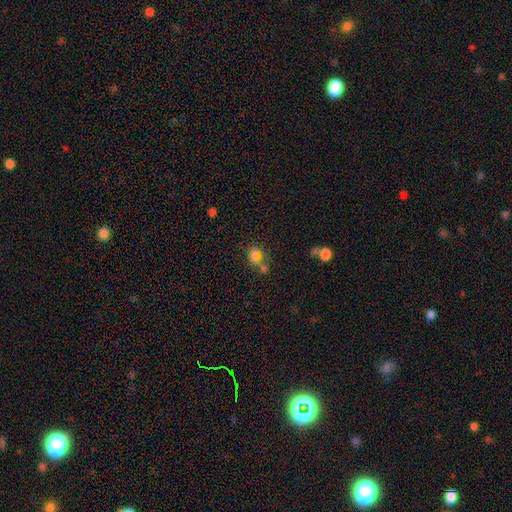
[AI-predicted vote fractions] A smooth galaxy with no disk features (68%) that is in between round and cigar-shaped (62%).

Vote fractions:
- Smooth or featured? smooth: 68% / star or artifact: 19% / featured or disk: 13%
- How rounded? in between: 62% / round: 36% / cigar-shaped: 2%
- Merging? none: 41% / merger: 36% / minor disturbance: 15% / major disturbance: 8%